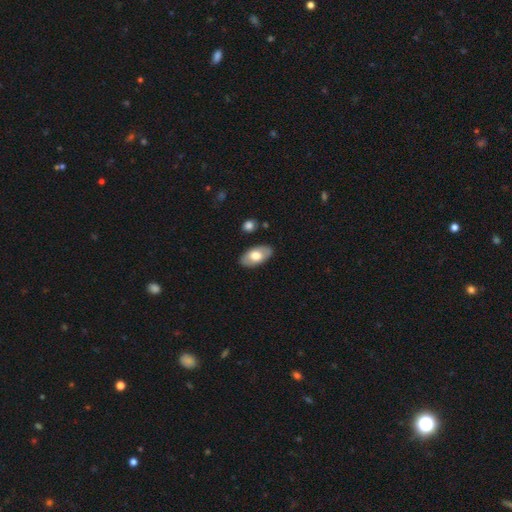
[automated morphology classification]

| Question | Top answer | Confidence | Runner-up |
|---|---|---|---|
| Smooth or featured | smooth | 65% | featured or disk (29%) |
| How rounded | in between | 94% | round (4%) |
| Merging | none | 85% | minor disturbance (11%) |